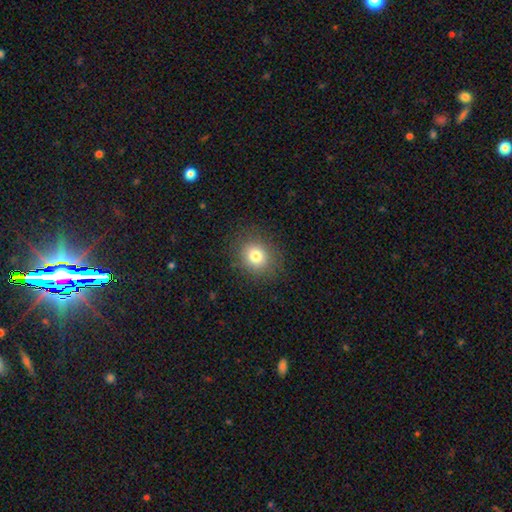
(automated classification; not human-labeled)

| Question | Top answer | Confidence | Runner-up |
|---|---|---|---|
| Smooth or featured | smooth | 79% | star or artifact (12%) |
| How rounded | round | 74% | in between (25%) |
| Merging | none | 86% | minor disturbance (9%) |